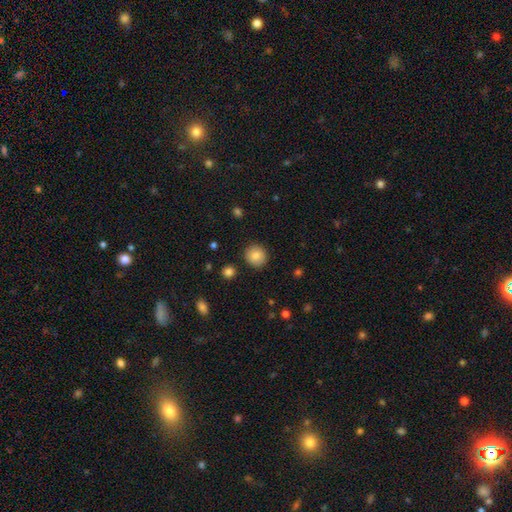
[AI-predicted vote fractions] Overall: smooth (83%). How rounded: round (91%). Merging: none (90%).